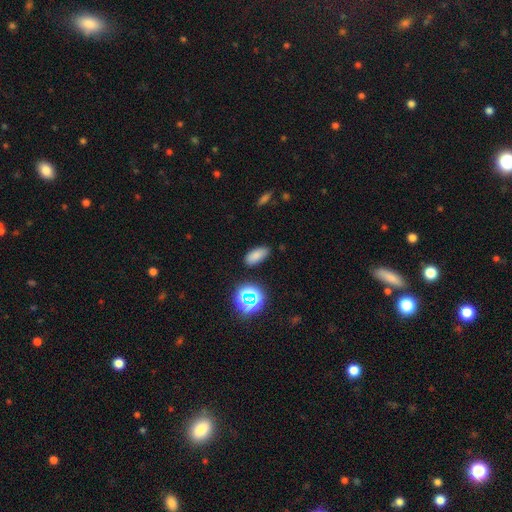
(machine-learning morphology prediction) Smooth or featured?
  - smooth: 76% *
  - star or artifact: 17%
  - featured or disk: 7%
How rounded?
  - in between: 89% *
  - cigar-shaped: 6%
  - round: 5%
Merging?
  - none: 85% *
  - minor disturbance: 10%
  - major disturbance: 3%
  - merger: 2%